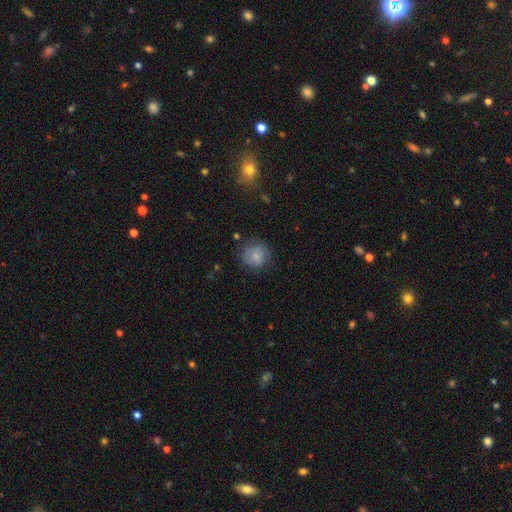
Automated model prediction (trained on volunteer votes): Smooth or featured?
  - smooth: 75% *
  - featured or disk: 17%
  - star or artifact: 9%
How rounded?
  - round: 87% *
  - in between: 12%
  - cigar-shaped: 1%
Merging?
  - none: 69% *
  - minor disturbance: 21%
  - major disturbance: 8%
  - merger: 2%